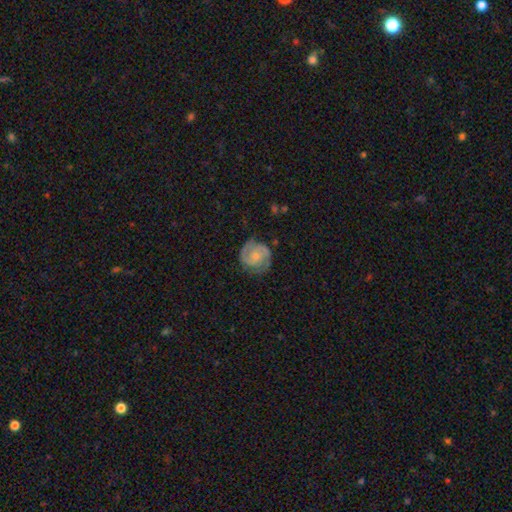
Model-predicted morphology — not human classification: Smooth or featured? Predicted: featured or disk (p=0.78). Edge-on disk? Predicted: no (p=0.98). Bar? Predicted: no (p=0.64). Spiral arms? Predicted: yes (p=0.95). Spiral winding? Predicted: tight (p=0.50). Spiral arm count? Predicted: 2 (p=0.82). Bulge size? Predicted: small (p=0.46). Merging? Predicted: none (p=0.76).